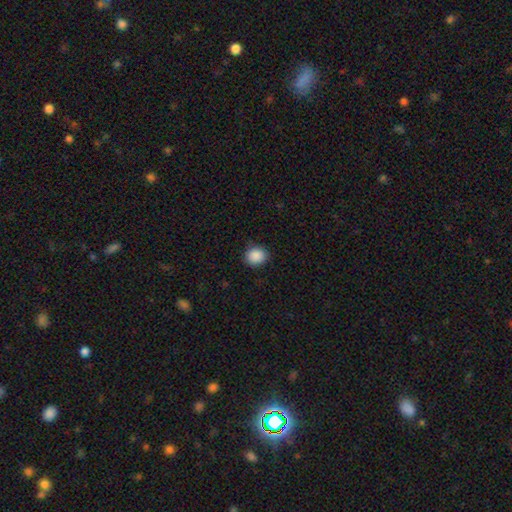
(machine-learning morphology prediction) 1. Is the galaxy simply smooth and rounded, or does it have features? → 89% smooth, 9% star or artifact, 3% featured or disk.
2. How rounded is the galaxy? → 78% round, 21% in between, 1% cigar-shaped.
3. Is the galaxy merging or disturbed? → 87% none, 10% minor disturbance, 3% major disturbance, 1% merger.